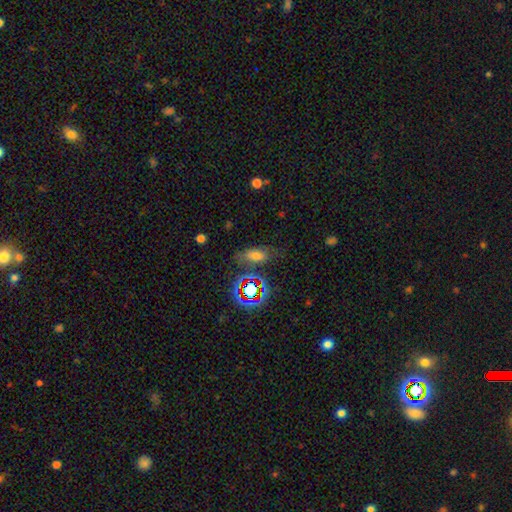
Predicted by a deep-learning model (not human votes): Q: Smooth or featured?
A: smooth (58%); runner-up: star or artifact (21%)
Q: How rounded?
A: in between (80%); runner-up: cigar-shaped (11%)
Q: Merging?
A: none (65%); runner-up: minor disturbance (20%)